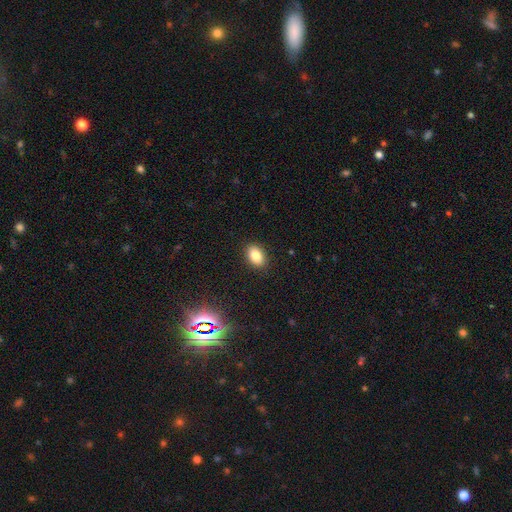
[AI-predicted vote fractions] This is clearly a smooth galaxy (83%). How rounded: clearly in between (87%). Merging: clearly none (89%).